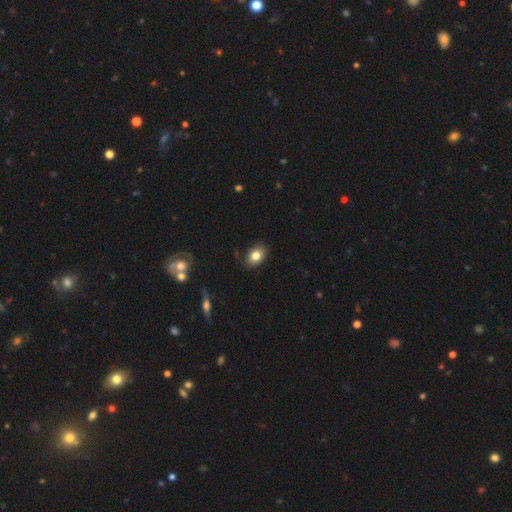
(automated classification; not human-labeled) A smooth galaxy with no disk features (82%) that is in between round and cigar-shaped (80%). Merging: none (86%).